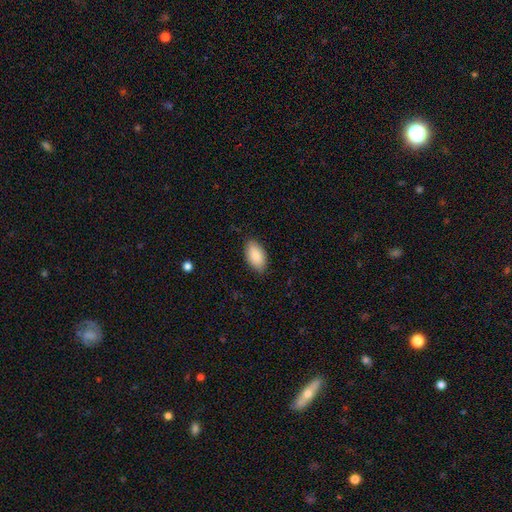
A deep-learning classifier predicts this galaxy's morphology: A smooth galaxy with no disk features (87%) that is in between round and cigar-shaped (95%). Merging: none (84%).